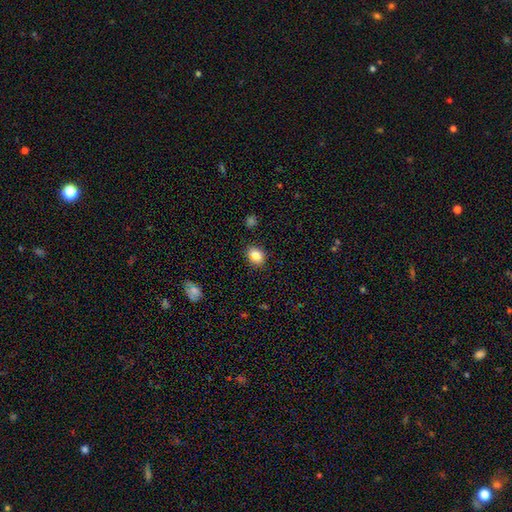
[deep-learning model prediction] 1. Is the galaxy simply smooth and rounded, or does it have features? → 83% smooth, 10% star or artifact, 7% featured or disk.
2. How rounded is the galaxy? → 50% in between, 48% round, 1% cigar-shaped.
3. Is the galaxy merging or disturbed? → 87% none, 9% minor disturbance, 2% major disturbance, 1% merger.